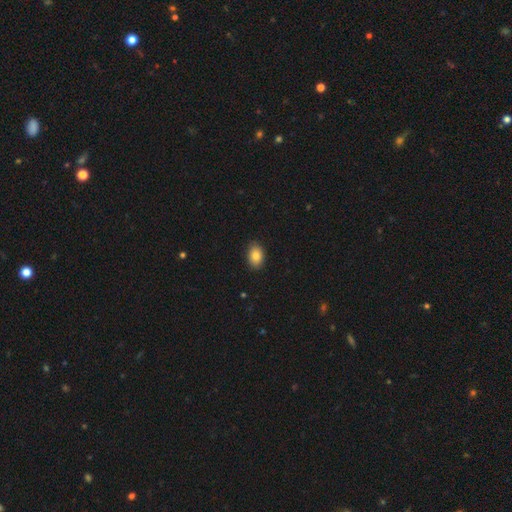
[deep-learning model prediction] This appears to be a smooth galaxy with no disk features (86%) that is in between round and cigar-shaped (84%). Merging: none (88%).